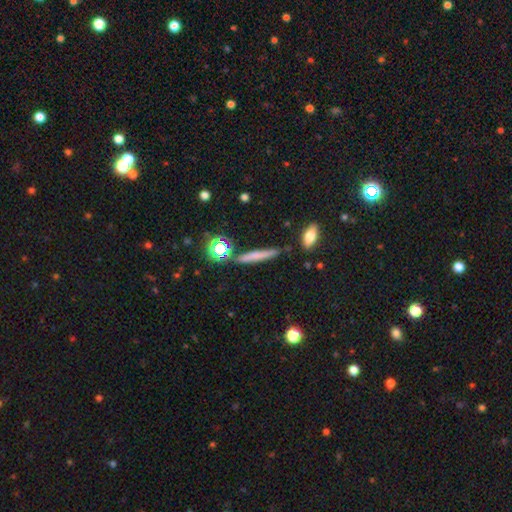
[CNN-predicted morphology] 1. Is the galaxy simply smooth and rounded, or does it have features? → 61% smooth, 24% featured or disk, 14% star or artifact.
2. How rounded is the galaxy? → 89% cigar-shaped, 6% in between, 5% round.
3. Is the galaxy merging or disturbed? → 82% none, 10% minor disturbance, 5% merger, 3% major disturbance.